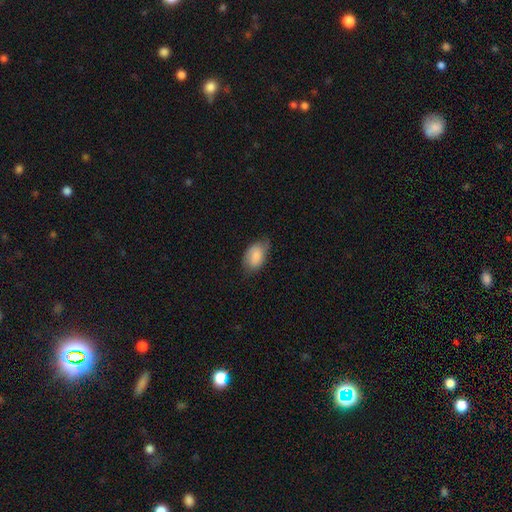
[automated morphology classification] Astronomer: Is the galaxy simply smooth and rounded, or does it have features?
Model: smooth — 81%.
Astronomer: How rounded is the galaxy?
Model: in between — 91%.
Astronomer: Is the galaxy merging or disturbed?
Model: none — 61%.